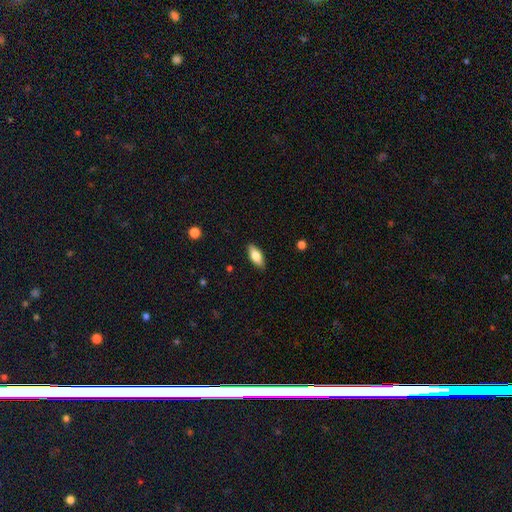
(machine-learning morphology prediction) type=smooth (69%); roundness=in between (78%); merging=none (88%).